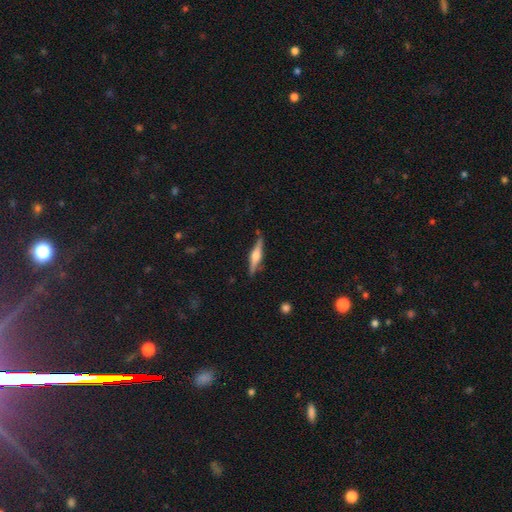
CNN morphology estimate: featured or disk 68%, smooth 26%, star or artifact 6%. Down the decision tree: edge-on disk — yes (97%); edge-on bulge — rounded (85%); merging — none (86%).